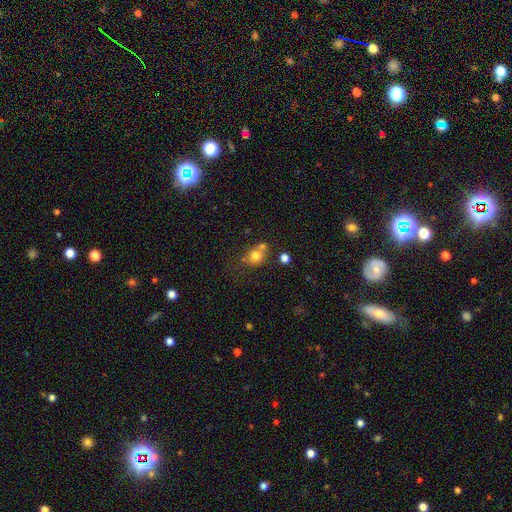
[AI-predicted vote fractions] Q: Smooth or featured?
A: smooth (75%); runner-up: star or artifact (13%)
Q: How rounded?
A: round (75%); runner-up: in between (24%)
Q: Merging?
A: none (49%); runner-up: merger (33%)